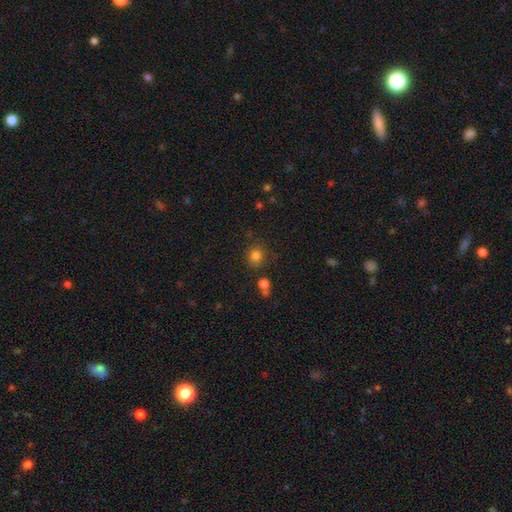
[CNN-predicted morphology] Overall: smooth (80%). How rounded: round (83%). Merging: none (81%).